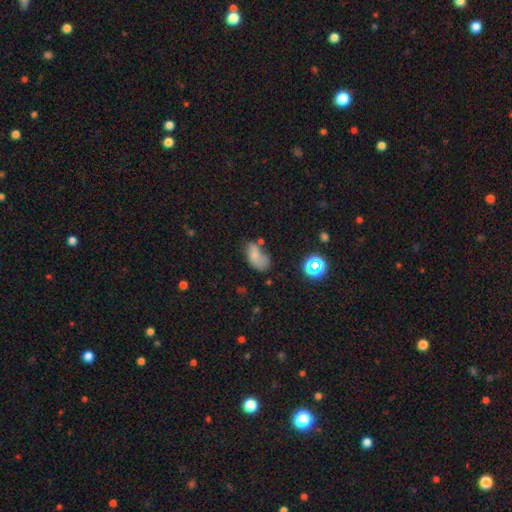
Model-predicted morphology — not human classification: This is likely a smooth galaxy (67%). How rounded: clearly in between (89%). Merging: marginally none (34%).